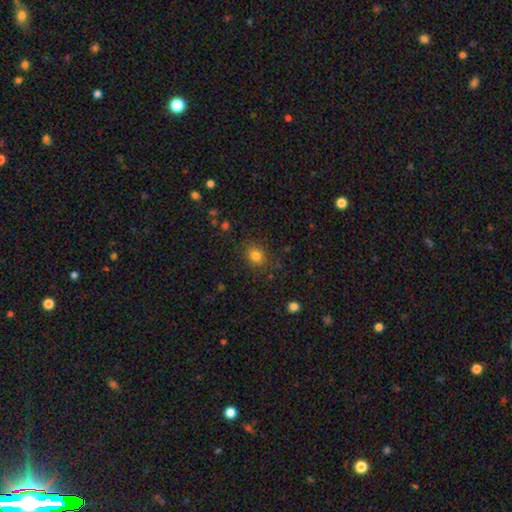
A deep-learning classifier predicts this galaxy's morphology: type=smooth (81%); roundness=round (59%); merging=none (82%).